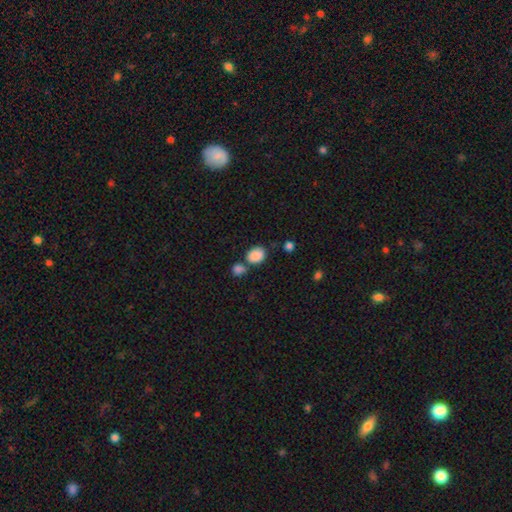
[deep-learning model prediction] This appears to be a smooth galaxy with no disk features (87%) that is in between round and cigar-shaped (61%). Merging: none (57%).